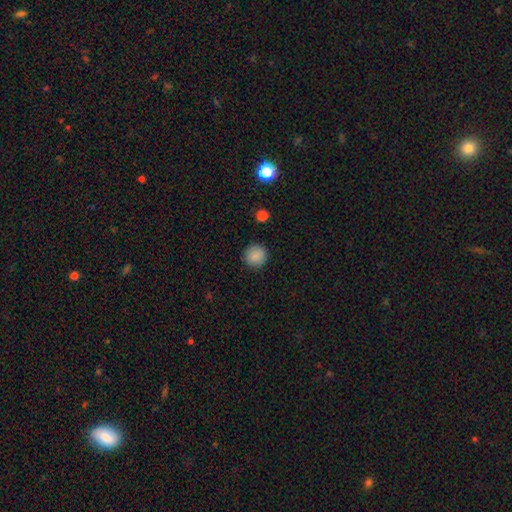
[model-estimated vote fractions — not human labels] A smooth galaxy with no disk features (88%) that is round (95%).

Vote fractions:
- Smooth or featured? smooth: 88% / star or artifact: 9% / featured or disk: 3%
- How rounded? round: 95% / in between: 4% / cigar-shaped: 1%
- Merging? none: 92% / minor disturbance: 5% / major disturbance: 2% / merger: 1%